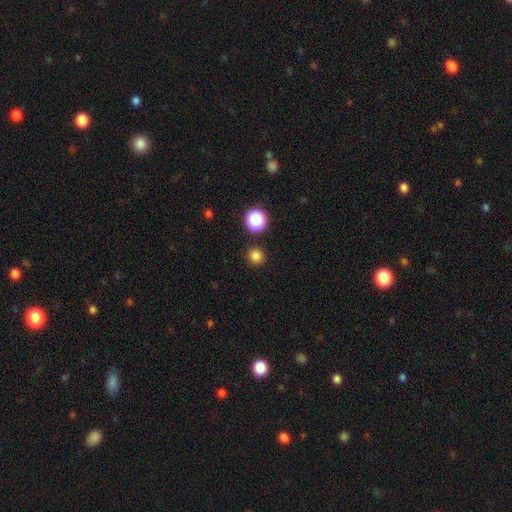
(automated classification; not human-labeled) Smooth or featured? smooth (80%)
How rounded? round (95%)
Merging? none (90%)